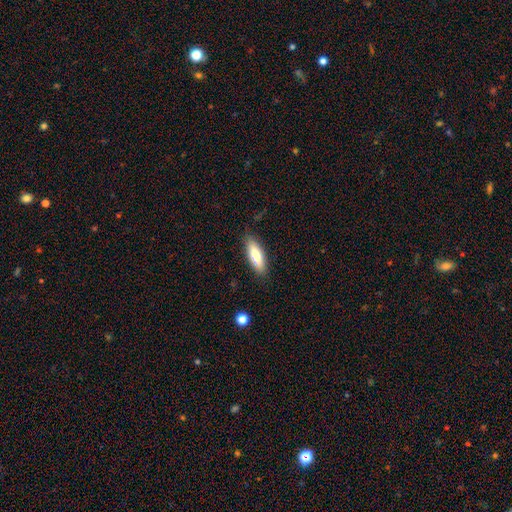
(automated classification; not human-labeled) smooth 73%, featured or disk 21%, star or artifact 6%. Down the decision tree: how rounded — in between (57%); merging — none (86%).